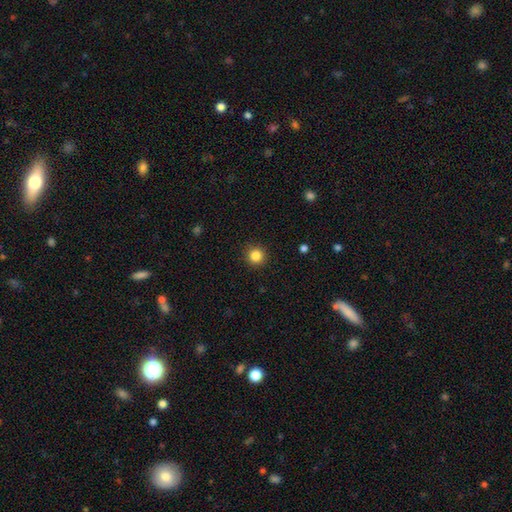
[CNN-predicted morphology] A smooth galaxy with no disk features (85%) that is round (95%). Merging: none (92%).